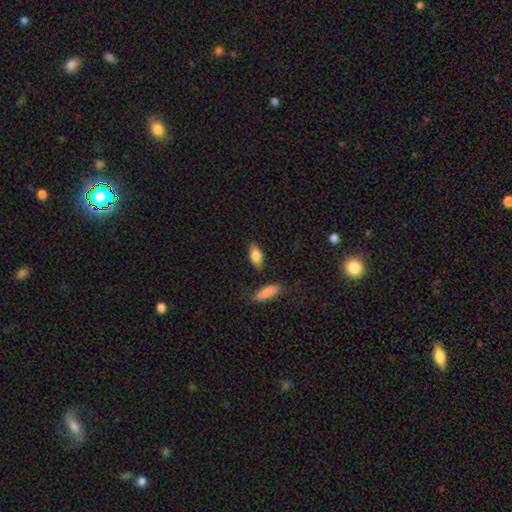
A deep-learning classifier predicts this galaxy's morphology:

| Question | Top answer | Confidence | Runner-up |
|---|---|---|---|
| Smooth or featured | smooth | 79% | featured or disk (14%) |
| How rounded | in between | 84% | cigar-shaped (13%) |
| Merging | none | 79% | minor disturbance (14%) |